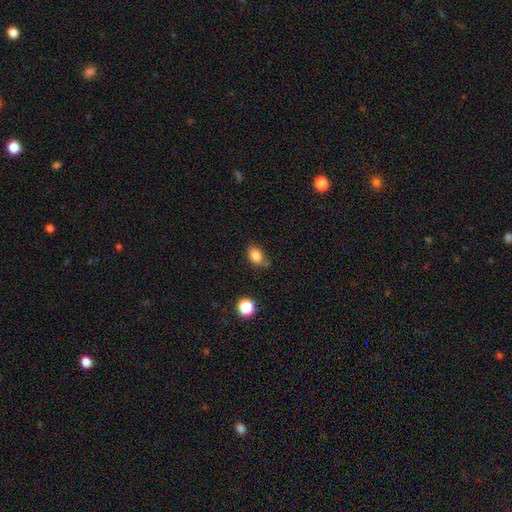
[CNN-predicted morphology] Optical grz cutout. It shows a smooth galaxy with no disk features (84%) that is in between round and cigar-shaped (81%). Merging: none (67%).